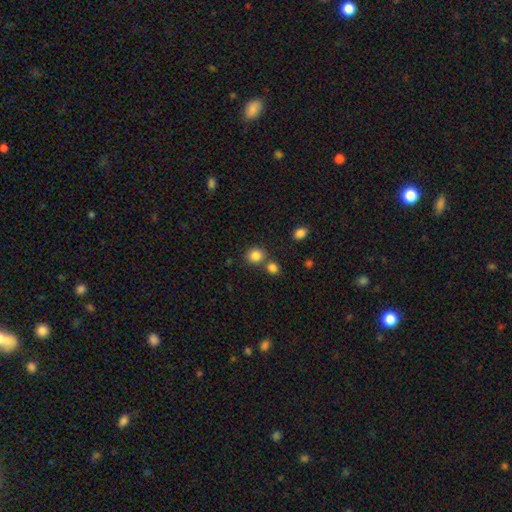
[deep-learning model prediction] smooth 84%, star or artifact 11%, featured or disk 5%. Down the decision tree: how rounded — round (79%); merging — none (67%).